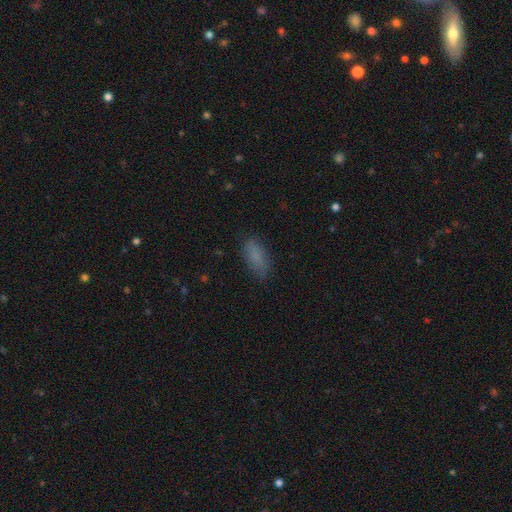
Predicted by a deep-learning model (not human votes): Smooth or featured: smooth — 82% (star or artifact — 9%)
How rounded: in between — 79% (cigar-shaped — 19%)
Merging: none — 78% (minor disturbance — 16%)